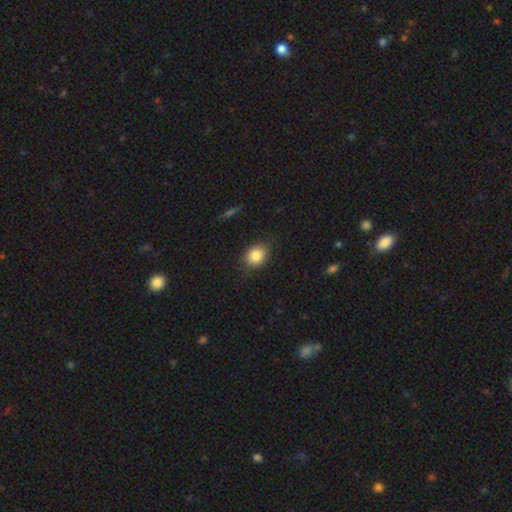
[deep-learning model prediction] A smooth galaxy with no disk features (82%) that is round (55%). Merging: none (76%).